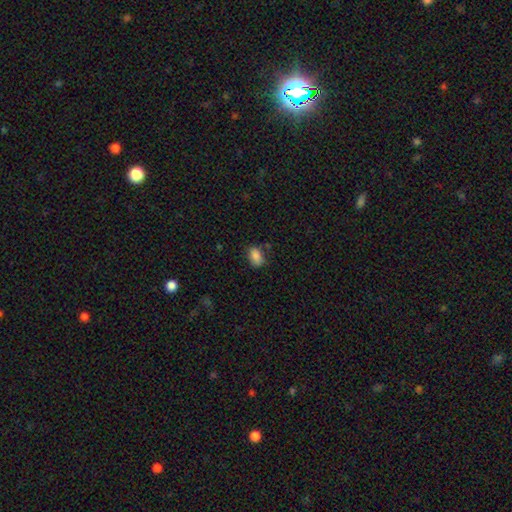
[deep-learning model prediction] smooth-or-featured: smooth: 86% | star or artifact: 9% | featured or disk: 5%
  how-rounded: in between: 88% | round: 10% | cigar-shaped: 2%
  merging: none: 75% | minor disturbance: 17% | merger: 4% | major disturbance: 4%